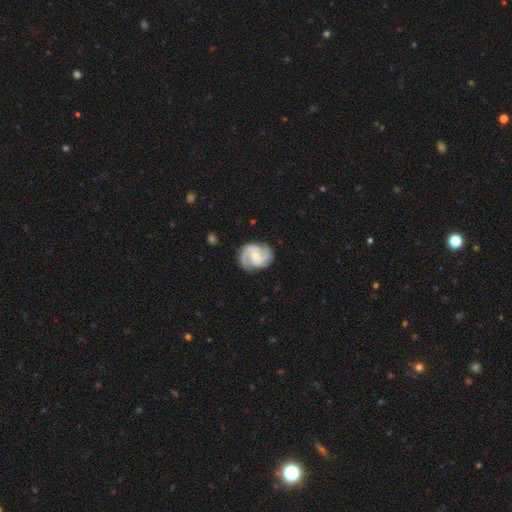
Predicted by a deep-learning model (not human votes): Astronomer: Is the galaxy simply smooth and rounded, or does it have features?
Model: featured or disk — 87%.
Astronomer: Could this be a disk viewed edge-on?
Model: no — 98%.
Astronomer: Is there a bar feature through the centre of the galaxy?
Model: no — 56% (runner-up: weak, 36%).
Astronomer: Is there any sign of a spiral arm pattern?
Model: yes — 98%.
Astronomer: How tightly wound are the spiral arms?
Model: medium — 49% (runner-up: tight, 41%).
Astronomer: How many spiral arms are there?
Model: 2 — 46% (runner-up: 3, 38%).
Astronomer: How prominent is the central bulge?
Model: small — 56% (runner-up: moderate, 34%).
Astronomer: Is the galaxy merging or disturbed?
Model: none — 80%.